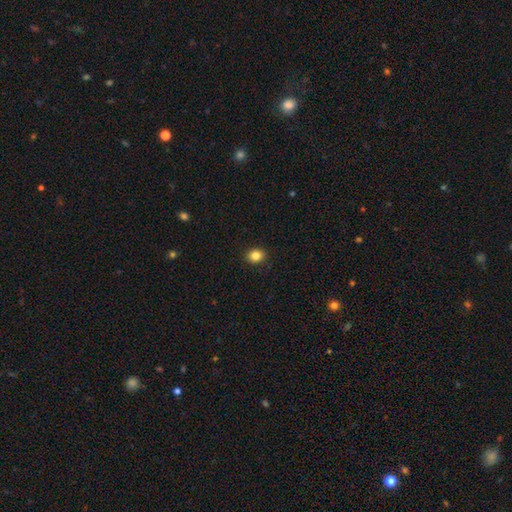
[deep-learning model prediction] Smooth or featured? smooth (85%)
How rounded? round (60%)
Merging? none (91%)